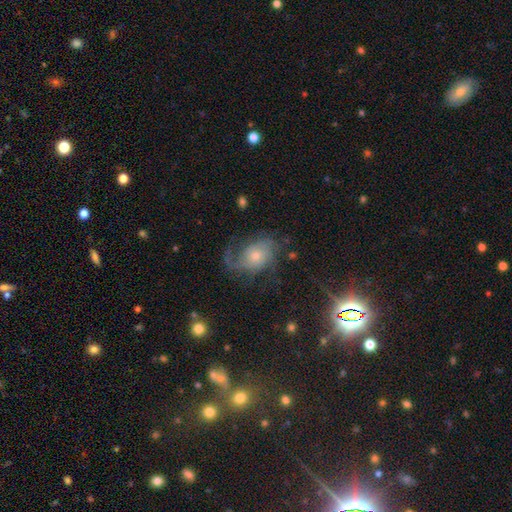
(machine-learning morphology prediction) smooth-or-featured: featured or disk: 70% | smooth: 15% | star or artifact: 14%
  disk-edge-on: no: 97% | yes: 3%
    bar: no: 75% | weak: 21% | strong: 4%
    has-spiral-arms: yes: 92% | no: 8%
      spiral-winding: medium: 43% | loose: 32% | tight: 25%
      spiral-arm-count: 2: 42% | can't tell: 20% | 1: 19% | 3: 11% | 4: 4% | more than 4: 4%
    bulge-size: small: 46% | moderate: 45% | large: 5% | none: 3% | dominant: 2%
  merging: none: 57% | major disturbance: 22% | minor disturbance: 19% | merger: 2%